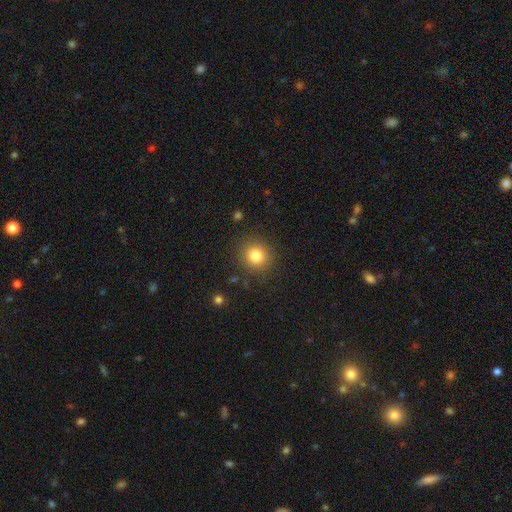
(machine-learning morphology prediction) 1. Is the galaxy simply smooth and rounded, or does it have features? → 82% smooth, 11% star or artifact, 6% featured or disk.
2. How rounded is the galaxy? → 89% round, 10% in between, 1% cigar-shaped.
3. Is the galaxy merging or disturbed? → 87% none, 8% minor disturbance, 3% major disturbance, 2% merger.